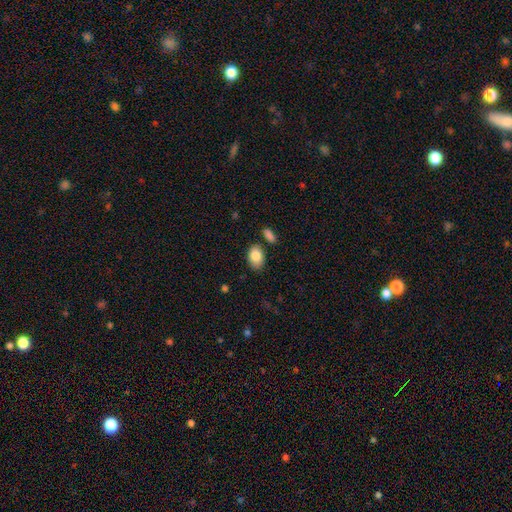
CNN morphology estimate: A smooth galaxy with no disk features (86%) that is in between round and cigar-shaped (86%).

Vote fractions:
- Smooth or featured? smooth: 86% / featured or disk: 8% / star or artifact: 7%
- How rounded? in between: 86% / round: 12% / cigar-shaped: 1%
- Merging? none: 76% / minor disturbance: 14% / merger: 6% / major disturbance: 3%